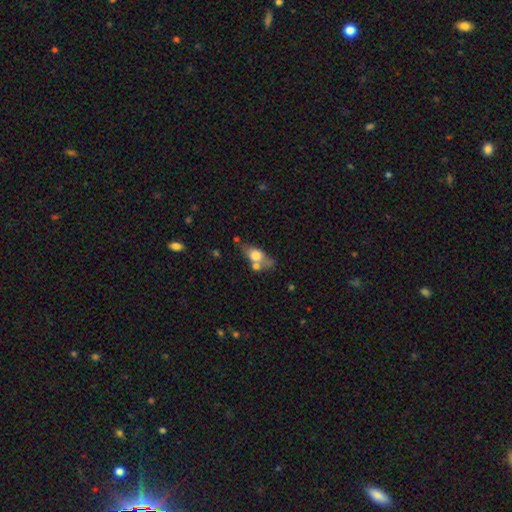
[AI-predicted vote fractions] A smooth galaxy with no disk features (61%) that is in between round and cigar-shaped (72%). Merging: none (46%).